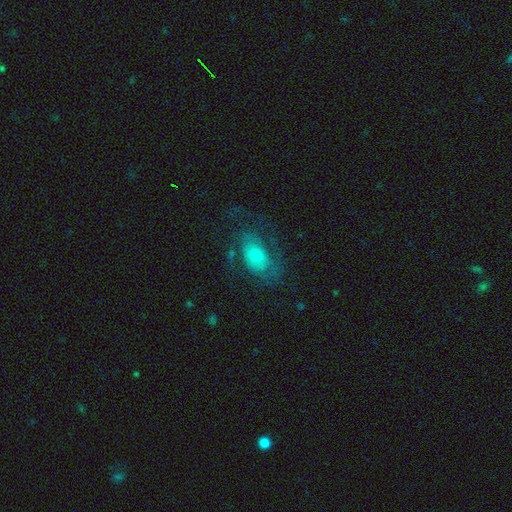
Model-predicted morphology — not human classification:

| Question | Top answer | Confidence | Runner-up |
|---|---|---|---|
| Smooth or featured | featured or disk | 60% | smooth (30%) |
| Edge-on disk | no | 95% | yes (5%) |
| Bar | no | 69% | weak (26%) |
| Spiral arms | yes | 76% | no (24%) |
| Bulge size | moderate | 41% | small (36%) |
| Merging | none | 54% | major disturbance (24%) |